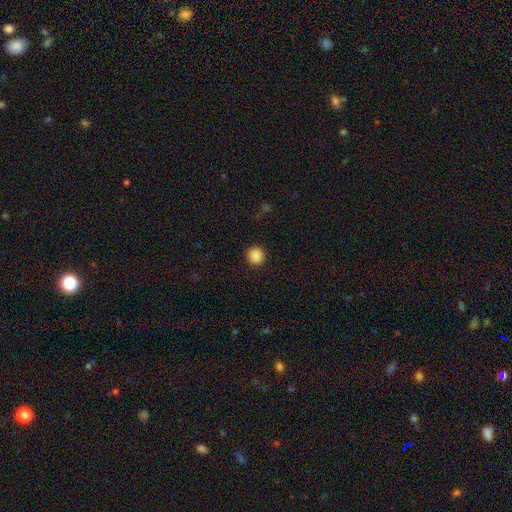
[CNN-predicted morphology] smooth-or-featured: smooth: 89% | star or artifact: 9% | featured or disk: 2%
  how-rounded: round: 94% | in between: 5% | cigar-shaped: 1%
  merging: none: 92% | minor disturbance: 5% | major disturbance: 2% | merger: 1%